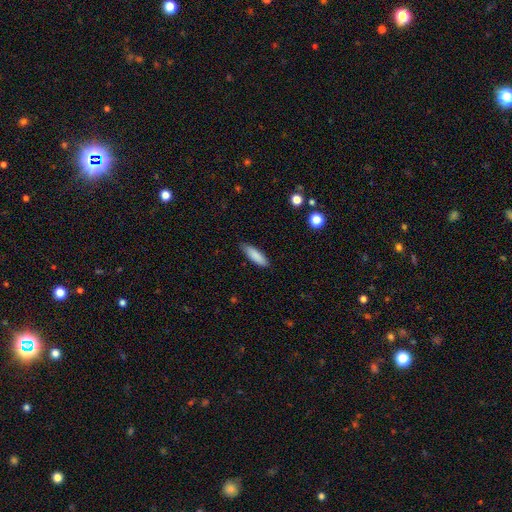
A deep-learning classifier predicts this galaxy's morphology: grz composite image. It shows a smooth galaxy with no disk features (87%) that is cigar-shaped (58%). Merging: none (84%).